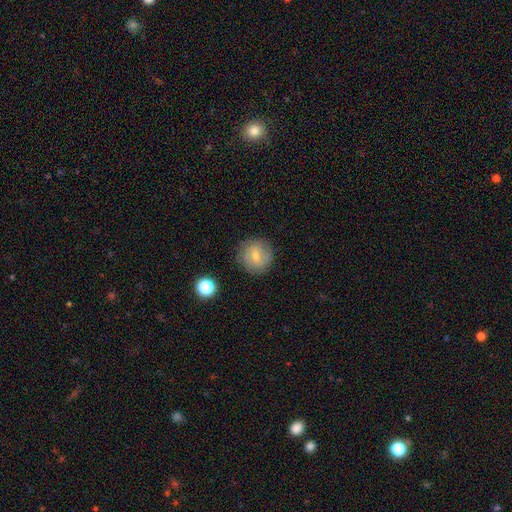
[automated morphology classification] type=smooth (52%); roundness=round (91%); merging=none (81%).